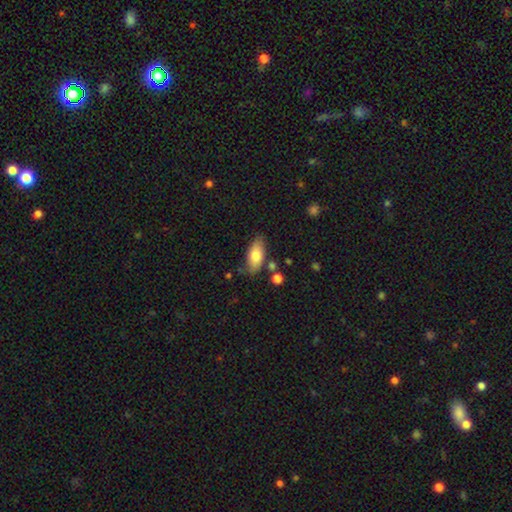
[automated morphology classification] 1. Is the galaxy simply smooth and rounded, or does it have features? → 75% smooth, 19% featured or disk, 7% star or artifact.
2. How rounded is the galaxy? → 87% in between, 9% cigar-shaped, 3% round.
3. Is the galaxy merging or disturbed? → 76% none, 16% minor disturbance, 5% merger, 3% major disturbance.